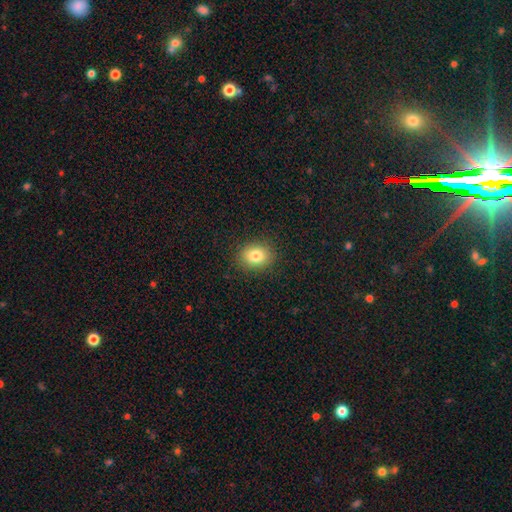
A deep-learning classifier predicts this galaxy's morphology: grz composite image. It shows a smooth galaxy with no disk features (82%) that is in between round and cigar-shaped (51%). Merging: none (89%).